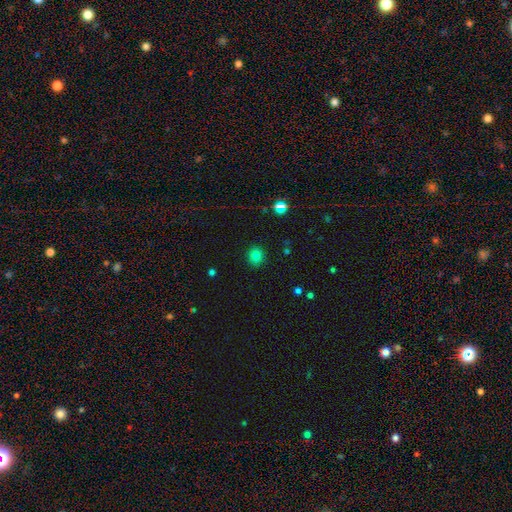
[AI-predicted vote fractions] smooth-or-featured: smooth: 78% | star or artifact: 16% | featured or disk: 6%
  how-rounded: round: 79% | in between: 20% | cigar-shaped: 1%
  merging: none: 89% | minor disturbance: 7% | major disturbance: 2% | merger: 1%